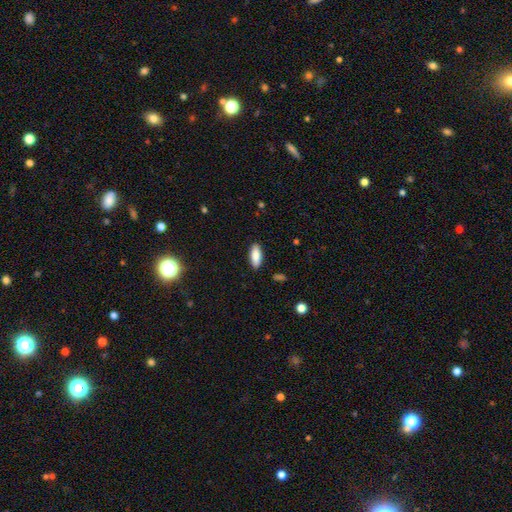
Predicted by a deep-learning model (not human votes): Smooth or featured?
  - smooth: 87% *
  - featured or disk: 7%
  - star or artifact: 6%
How rounded?
  - in between: 76% *
  - cigar-shaped: 22%
  - round: 2%
Merging?
  - none: 88% *
  - minor disturbance: 9%
  - major disturbance: 2%
  - merger: 1%